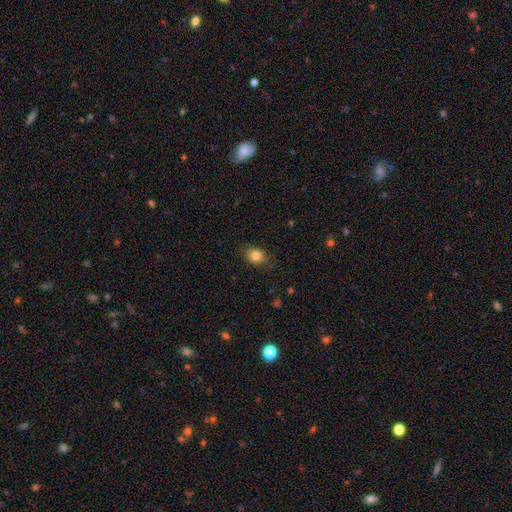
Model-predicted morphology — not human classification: Overall: smooth (83%). How rounded: in between (67%; round 32%). Merging: none (80%).